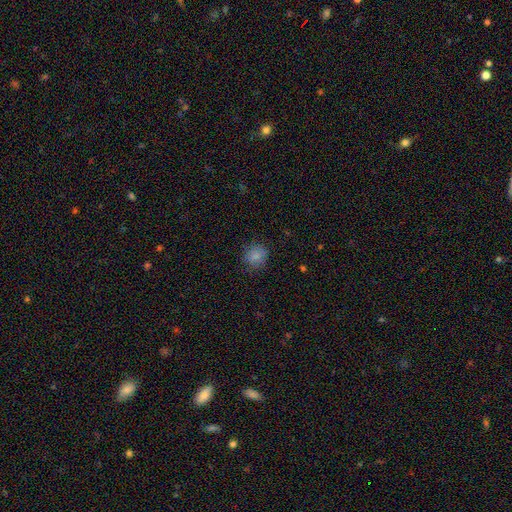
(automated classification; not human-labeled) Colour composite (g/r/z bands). It shows a smooth galaxy with no disk features (83%) that is round (74%). Merging: none (80%).